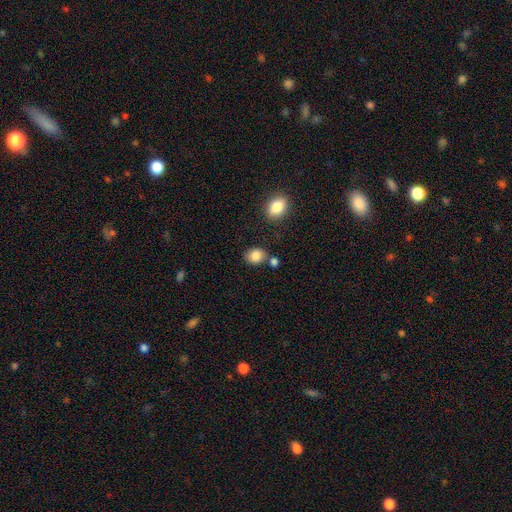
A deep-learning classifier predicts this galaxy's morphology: Smooth or featured? smooth (86%)
How rounded? round (53%)
Merging? none (71%)